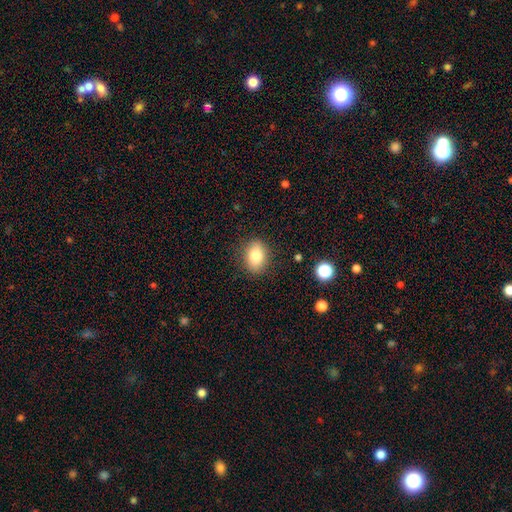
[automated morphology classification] smooth 81%, featured or disk 10%, star or artifact 9%. Down the decision tree: how rounded — in between (68%); merging — none (86%).